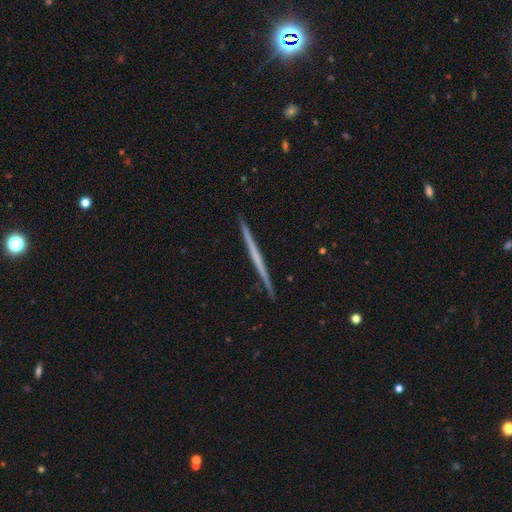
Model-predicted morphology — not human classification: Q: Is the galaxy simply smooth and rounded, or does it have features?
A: featured or disk — 63%.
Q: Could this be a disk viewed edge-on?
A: yes — 98%.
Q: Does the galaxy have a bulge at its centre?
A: none — 88%.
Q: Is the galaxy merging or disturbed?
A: none — 93%.